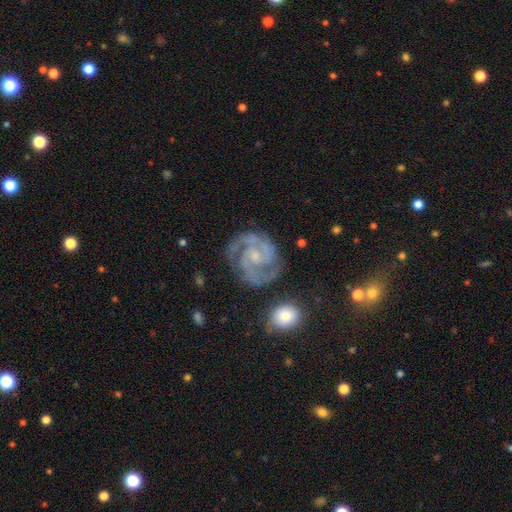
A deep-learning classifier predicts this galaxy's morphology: This appears to be a featured or disk galaxy (91%) with no bar (53%), 2 (71%) tight (56%) spiral arms (98%) and a small central bulge (69%). Merging: none (77%).